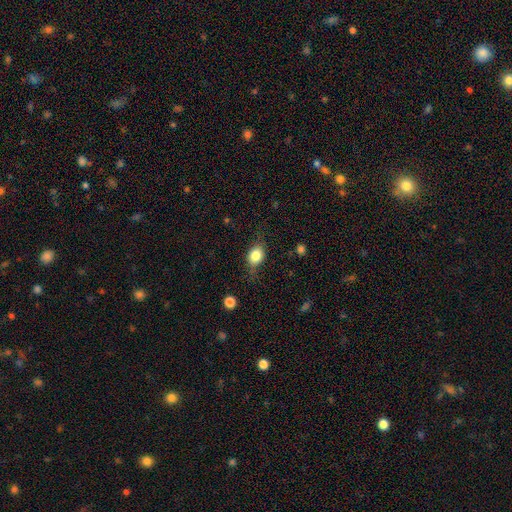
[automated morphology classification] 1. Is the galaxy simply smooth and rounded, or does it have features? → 75% smooth, 16% featured or disk, 9% star or artifact.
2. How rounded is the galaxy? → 54% in between, 43% round, 2% cigar-shaped.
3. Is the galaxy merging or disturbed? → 68% none, 22% minor disturbance, 8% major disturbance, 2% merger.